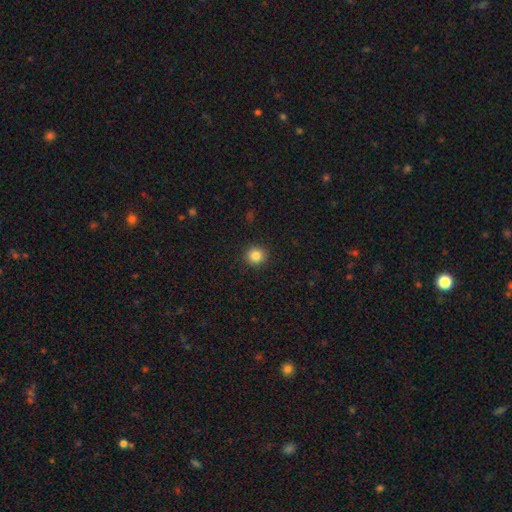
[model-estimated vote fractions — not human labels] The model was most divided on "smooth or featured": smooth: 84%, star or artifact: 11%, featured or disk: 5%. More confident: how rounded — round (93%); merging — none (92%).